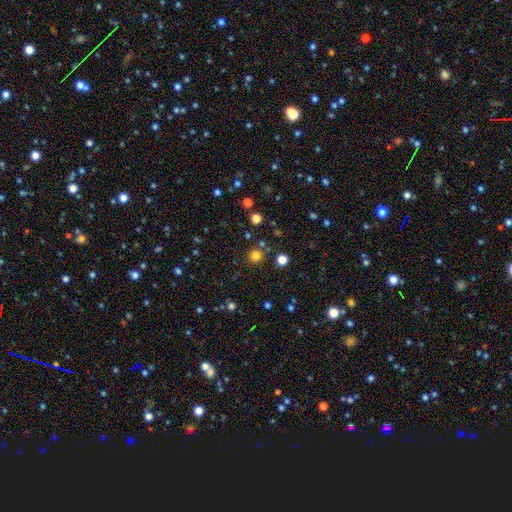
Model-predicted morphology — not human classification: smooth 78%, star or artifact 17%, featured or disk 5%. Down the decision tree: how rounded — round (91%); merging — none (85%).